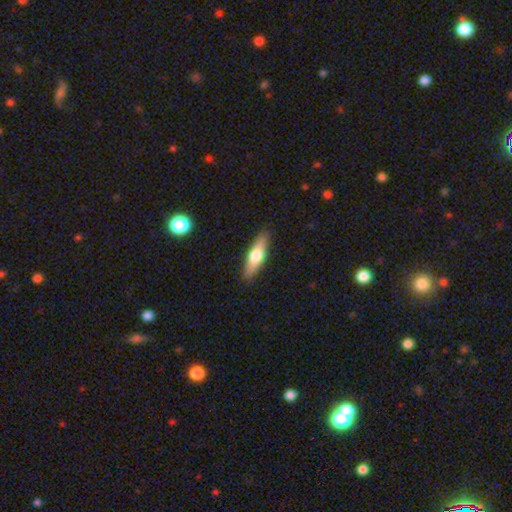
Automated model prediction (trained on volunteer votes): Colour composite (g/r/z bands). It shows a smooth galaxy with no disk features (54%) that is cigar-shaped (59%). Merging: none (89%).